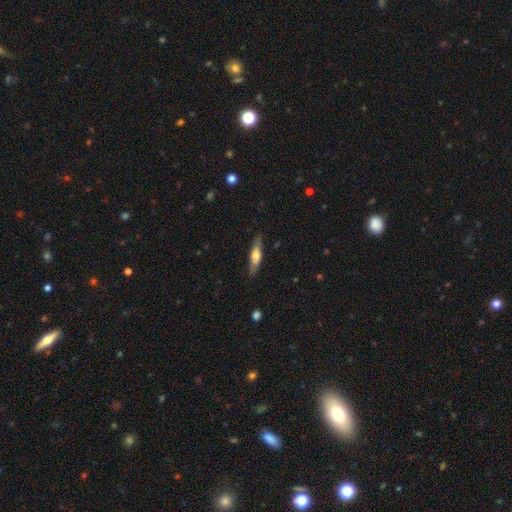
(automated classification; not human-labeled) The model was most divided on "smooth or featured": smooth: 52%, featured or disk: 42%, star or artifact: 6%. More confident: merging — none (85%); how rounded — cigar-shaped (74%).